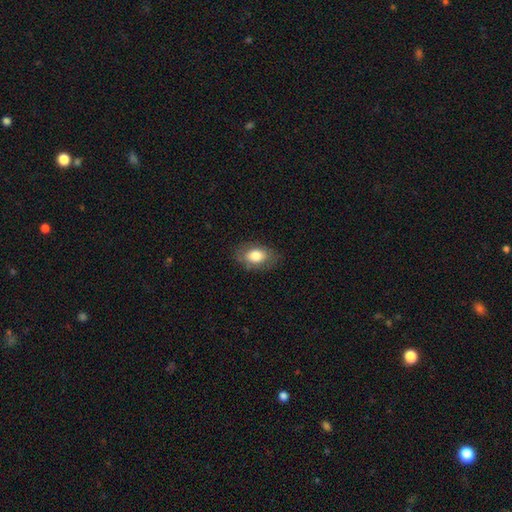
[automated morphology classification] Smooth or featured? smooth (76%)
How rounded? in between (87%)
Merging? none (77%)